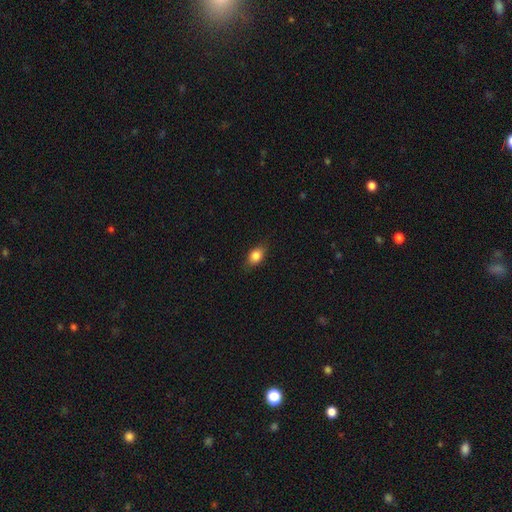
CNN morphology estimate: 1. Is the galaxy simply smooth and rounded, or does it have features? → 83% smooth, 9% featured or disk, 8% star or artifact.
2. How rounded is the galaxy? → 76% in between, 20% round, 4% cigar-shaped.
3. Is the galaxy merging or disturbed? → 81% none, 15% minor disturbance, 3% major disturbance, 1% merger.